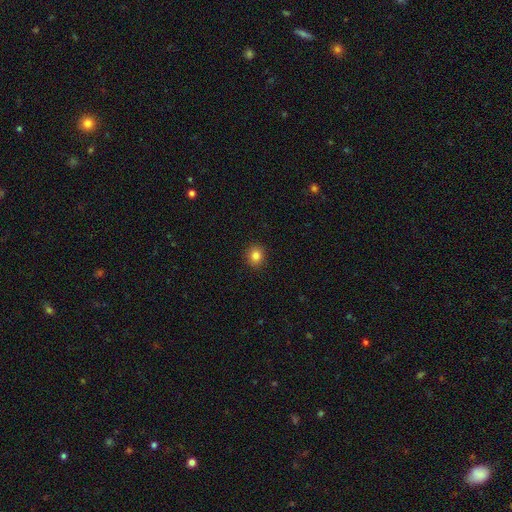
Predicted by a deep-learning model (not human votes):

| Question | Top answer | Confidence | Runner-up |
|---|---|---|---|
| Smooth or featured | smooth | 83% | star or artifact (11%) |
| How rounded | round | 82% | in between (17%) |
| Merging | none | 91% | minor disturbance (6%) |